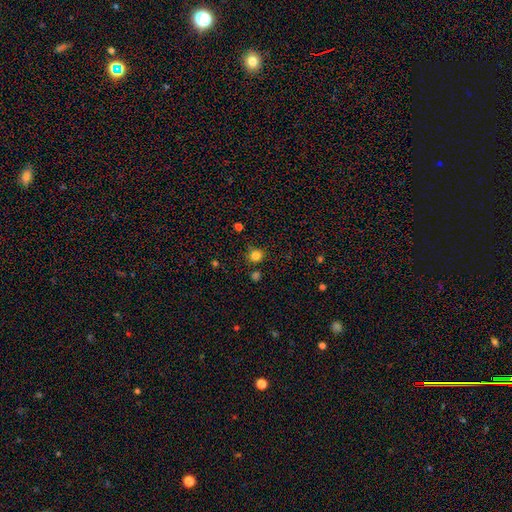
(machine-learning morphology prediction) Smooth or featured: smooth — 81% (star or artifact — 14%)
How rounded: round — 87% (in between — 12%)
Merging: none — 81% (minor disturbance — 11%)